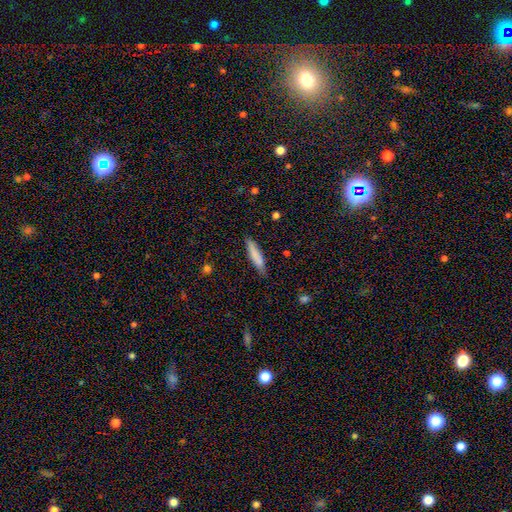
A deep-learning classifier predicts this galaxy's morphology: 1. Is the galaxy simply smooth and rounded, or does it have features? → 80% smooth, 14% featured or disk, 6% star or artifact.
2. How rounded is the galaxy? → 81% cigar-shaped, 18% in between, 1% round.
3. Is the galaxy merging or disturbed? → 81% none, 15% minor disturbance, 2% major disturbance, 1% merger.